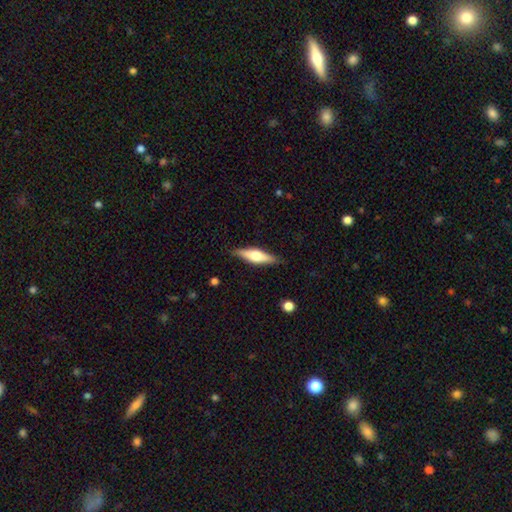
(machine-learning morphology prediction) smooth_or_featured: featured or disk (p=0.52) [alt: smooth p=0.43]
disk_edge_on: yes (p=0.93) [alt: no p=0.07]
merging: none (p=0.86) [alt: minor disturbance p=0.10]